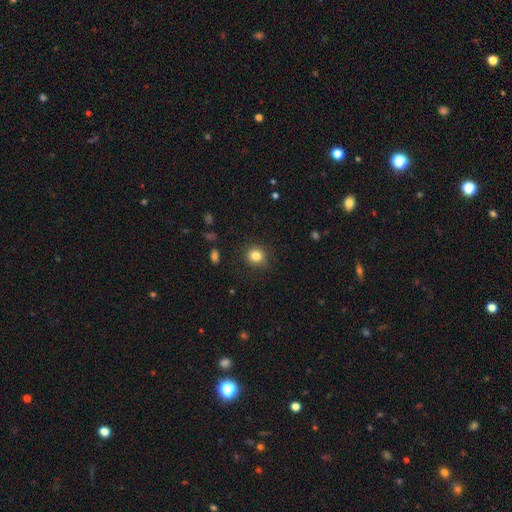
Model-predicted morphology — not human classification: A smooth galaxy with no disk features (83%) that is round (84%).

Vote fractions:
- Smooth or featured? smooth: 83% / star or artifact: 11% / featured or disk: 6%
- How rounded? round: 84% / in between: 16% / cigar-shaped: 1%
- Merging? none: 86% / minor disturbance: 10% / major disturbance: 3% / merger: 1%